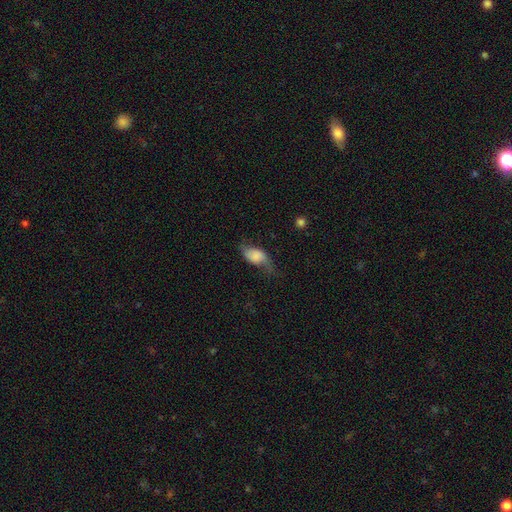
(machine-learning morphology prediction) Smooth or featured? Predicted: smooth (p=0.47). Merging? Predicted: none (p=0.49).